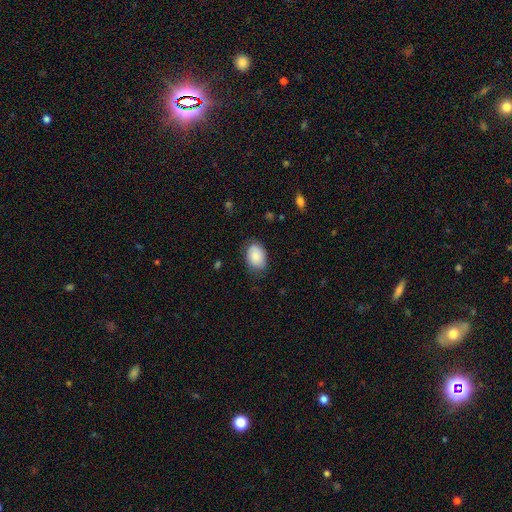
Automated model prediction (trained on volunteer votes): smooth 84%, featured or disk 10%, star or artifact 7%. Down the decision tree: how rounded — in between (79%); merging — none (75%).